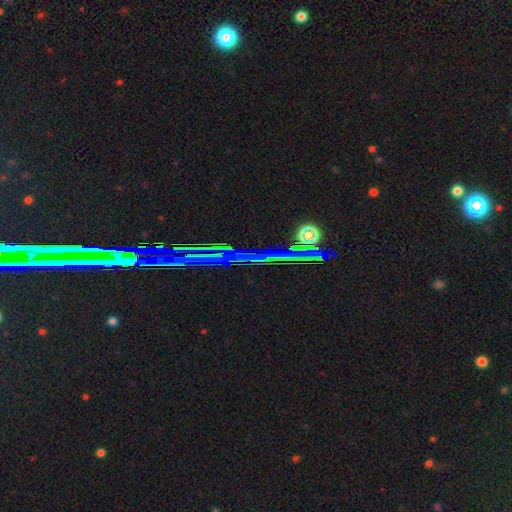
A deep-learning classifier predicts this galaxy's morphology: Overall: star or artifact (73%).